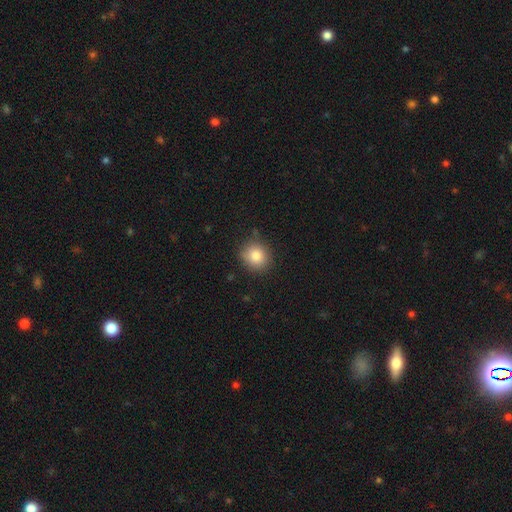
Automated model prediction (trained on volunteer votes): The model was most divided on "how rounded": round: 82%, in between: 18%, cigar-shaped: 1%. More confident: merging — none (83%); smooth or featured — smooth (83%).